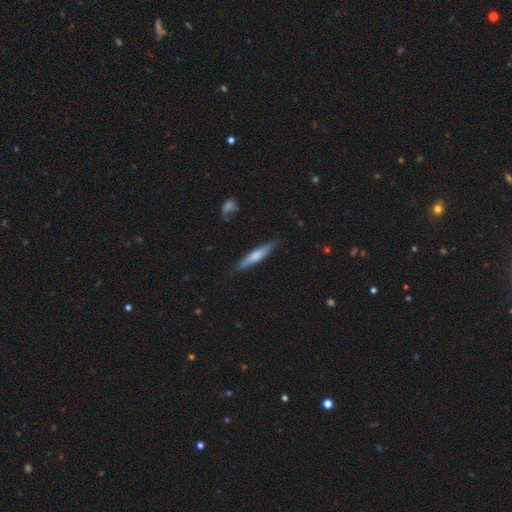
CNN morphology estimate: Smooth or featured?
  - smooth: 57% *
  - featured or disk: 37%
  - star or artifact: 5%
How rounded?
  - cigar-shaped: 87% *
  - in between: 11%
  - round: 2%
Merging?
  - none: 84% *
  - minor disturbance: 12%
  - major disturbance: 2%
  - merger: 1%